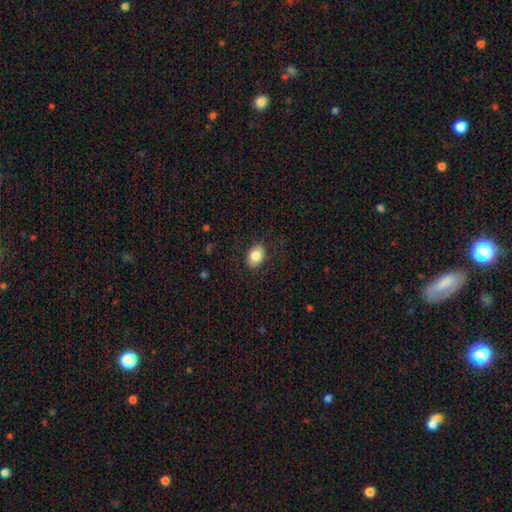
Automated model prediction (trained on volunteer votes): A smooth galaxy with no disk features (83%) that is in between round and cigar-shaped (72%). Merging: none (82%).